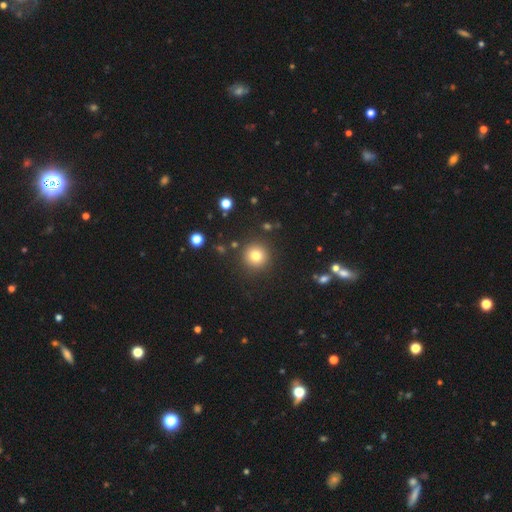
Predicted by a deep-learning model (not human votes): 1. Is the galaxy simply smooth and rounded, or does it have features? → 79% smooth, 13% star or artifact, 8% featured or disk.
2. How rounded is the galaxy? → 95% round, 4% in between, 1% cigar-shaped.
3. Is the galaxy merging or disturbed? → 90% none, 6% minor disturbance, 3% major disturbance, 2% merger.